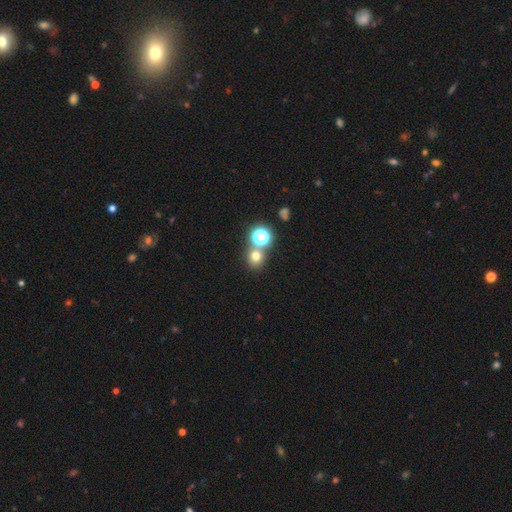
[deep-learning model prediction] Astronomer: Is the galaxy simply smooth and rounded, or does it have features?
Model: smooth — 69%.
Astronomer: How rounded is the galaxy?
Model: round — 86%.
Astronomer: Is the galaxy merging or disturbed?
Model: none — 66%.